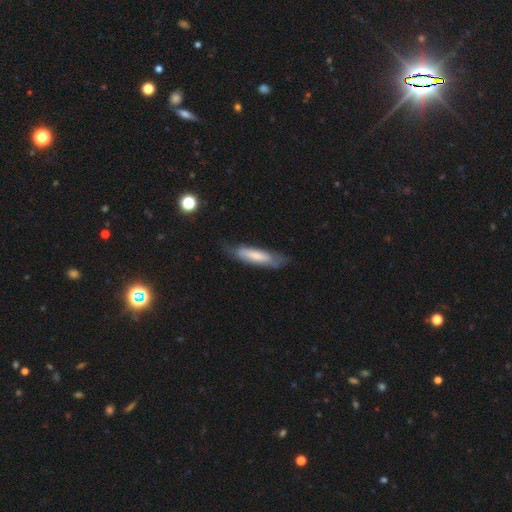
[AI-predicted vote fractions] Morphology: type=smooth (64%); roundness=cigar-shaped (71%); merging=none (64%).